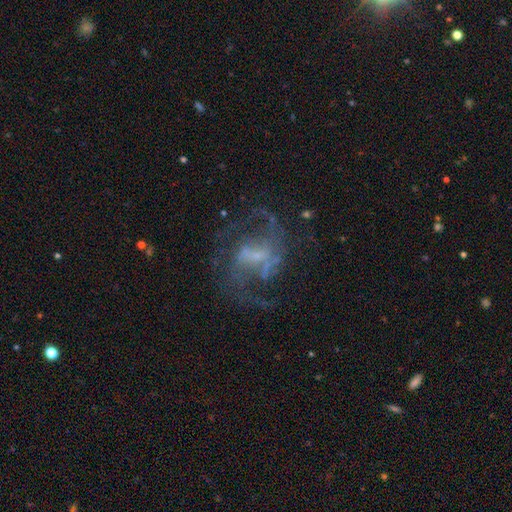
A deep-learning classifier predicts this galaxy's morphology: type=featured or disk (80%); edge-on=no (97%); bar=weak (49%); spiral arms=yes (87%); winding=medium (50%); arm count=2 (63%); bulge=small (50%); merging=none (61%).